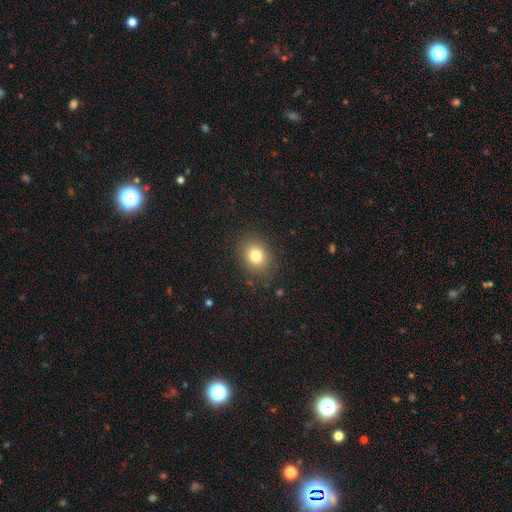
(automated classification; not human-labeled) A smooth galaxy with no disk features (80%) that is round (53%). Merging: none (86%).